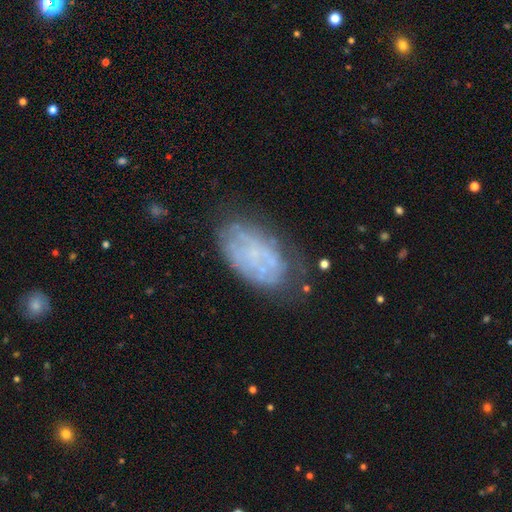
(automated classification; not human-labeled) Q: Smooth or featured?
A: featured or disk (52%); runner-up: smooth (37%)
Q: Edge-on disk?
A: no (95%); runner-up: yes (5%)
Q: Merging?
A: none (59%); runner-up: minor disturbance (24%)